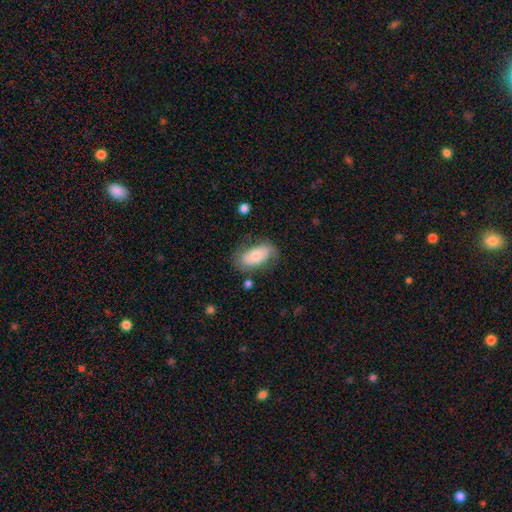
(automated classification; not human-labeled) Smooth or featured: smooth — 63% (featured or disk — 30%)
How rounded: in between — 91% (cigar-shaped — 4%)
Merging: none — 68% (minor disturbance — 21%)